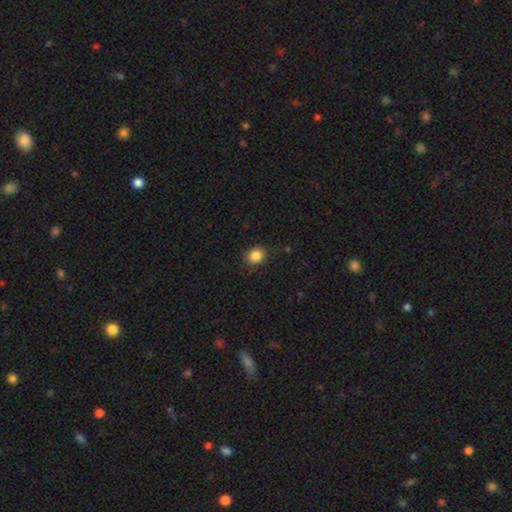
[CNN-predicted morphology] smooth-or-featured: smooth: 86% | star or artifact: 10% | featured or disk: 4%
  how-rounded: round: 75% | in between: 24% | cigar-shaped: 1%
  merging: none: 87% | minor disturbance: 10% | major disturbance: 3% | merger: 1%